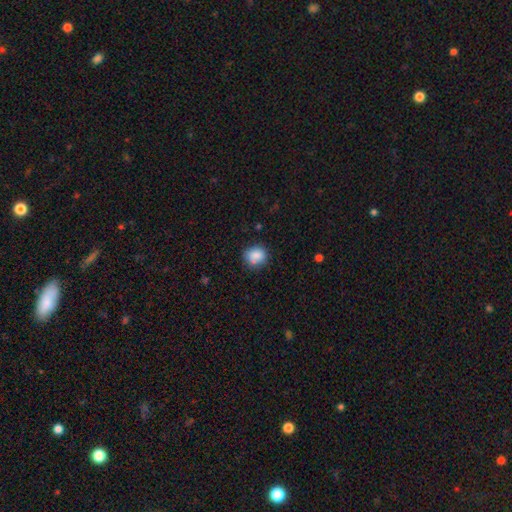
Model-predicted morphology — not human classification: smooth 85%, star or artifact 9%, featured or disk 6%. Down the decision tree: how rounded — round (74%); merging — none (75%).